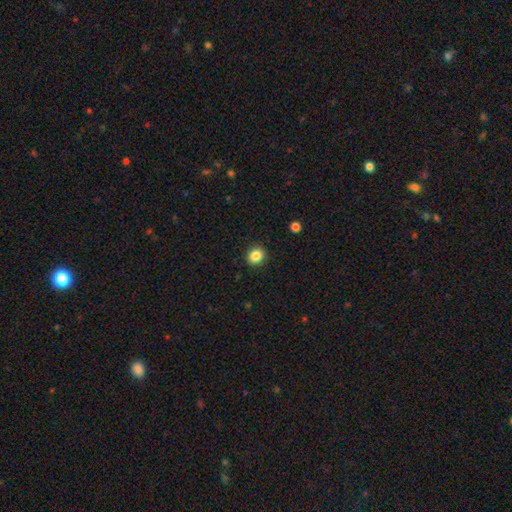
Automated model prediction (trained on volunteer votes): Smooth or featured? Predicted: smooth (p=0.85). How rounded? Predicted: round (p=0.80). Merging? Predicted: none (p=0.91).